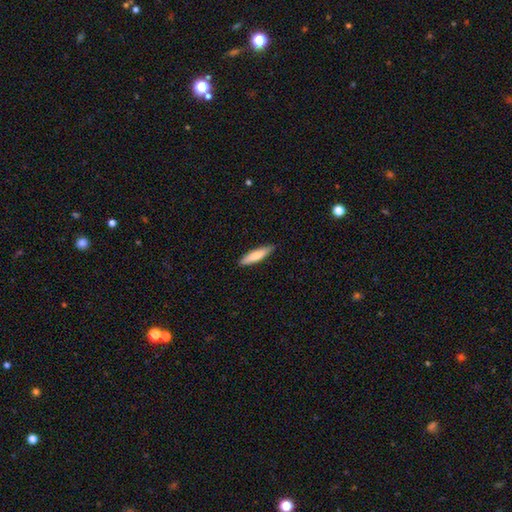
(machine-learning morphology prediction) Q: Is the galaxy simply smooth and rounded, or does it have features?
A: smooth — 74%.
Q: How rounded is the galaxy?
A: cigar-shaped — 74%.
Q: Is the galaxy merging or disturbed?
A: none — 86%.